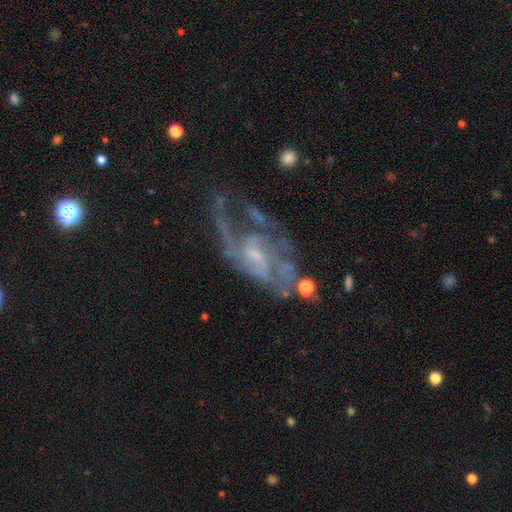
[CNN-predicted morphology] smooth-or-featured: featured or disk: 81% | star or artifact: 10% | smooth: 9%
  disk-edge-on: no: 96% | yes: 4%
    bar: no: 49% | weak: 42% | strong: 9%
    has-spiral-arms: yes: 82% | no: 18%
      spiral-winding: medium: 43% | loose: 33% | tight: 23%
      spiral-arm-count: can't tell: 34% | 2: 30% | 3: 14% | 1: 11% | 4: 6% | more than 4: 5%
    bulge-size: small: 54% | moderate: 23% | none: 20% | large: 2% | dominant: 1%
  merging: none: 40% | major disturbance: 34% | minor disturbance: 19% | merger: 7%